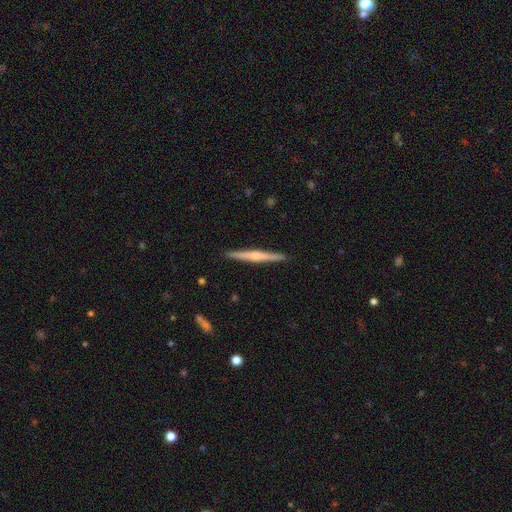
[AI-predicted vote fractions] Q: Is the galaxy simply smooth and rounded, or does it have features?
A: featured or disk — 65%.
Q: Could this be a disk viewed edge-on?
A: yes — 98%.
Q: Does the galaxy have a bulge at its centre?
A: rounded — 69%.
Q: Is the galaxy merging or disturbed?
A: none — 92%.